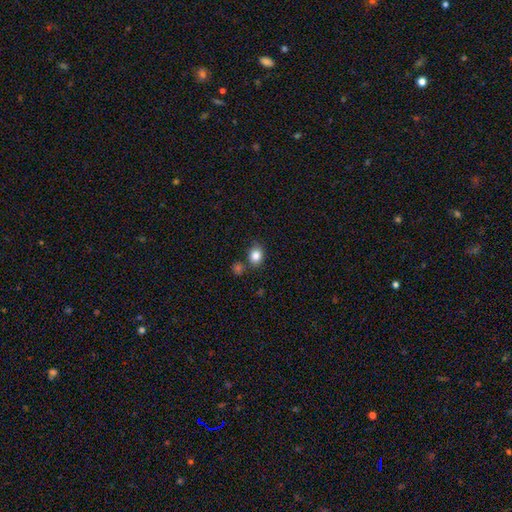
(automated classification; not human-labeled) Q: Smooth or featured?
A: smooth (85%); runner-up: star or artifact (10%)
Q: How rounded?
A: round (56%); runner-up: in between (43%)
Q: Merging?
A: none (73%); runner-up: minor disturbance (12%)